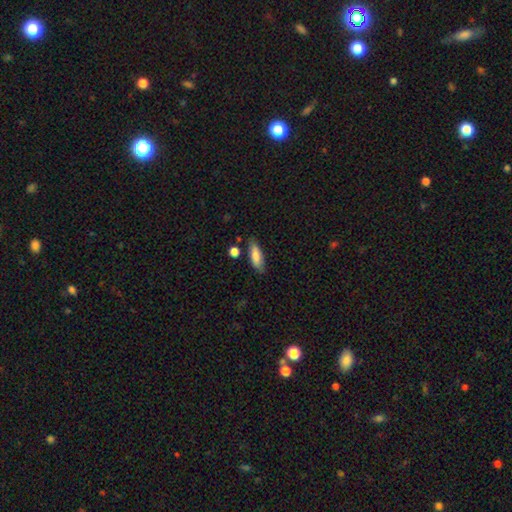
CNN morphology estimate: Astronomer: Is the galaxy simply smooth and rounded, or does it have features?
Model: smooth — 81%.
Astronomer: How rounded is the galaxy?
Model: in between — 58% (runner-up: cigar-shaped, 40%).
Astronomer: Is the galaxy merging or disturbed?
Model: none — 77%.